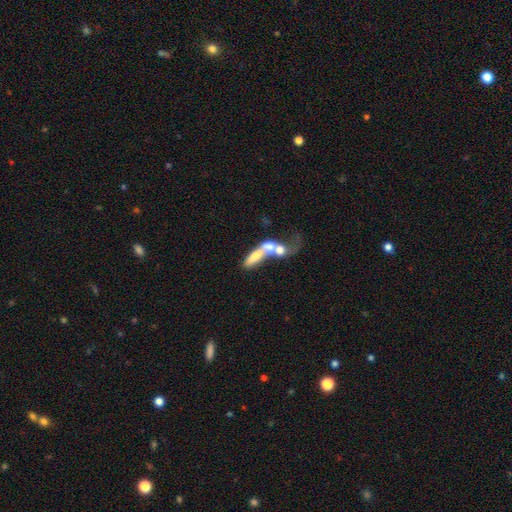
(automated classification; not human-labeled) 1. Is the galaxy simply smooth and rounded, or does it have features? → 51% smooth, 40% featured or disk, 10% star or artifact.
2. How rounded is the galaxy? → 51% in between, 36% cigar-shaped, 12% round.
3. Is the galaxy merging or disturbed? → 74% merger, 12% major disturbance, 9% none, 5% minor disturbance.